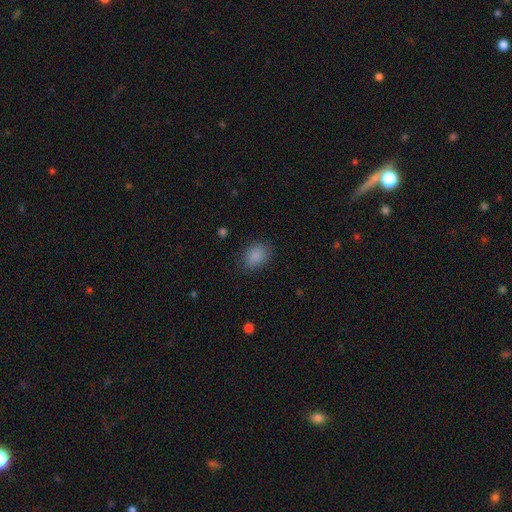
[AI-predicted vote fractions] Q: Smooth or featured?
A: smooth (87%); runner-up: star or artifact (9%)
Q: How rounded?
A: in between (68%); runner-up: round (31%)
Q: Merging?
A: none (82%); runner-up: minor disturbance (13%)